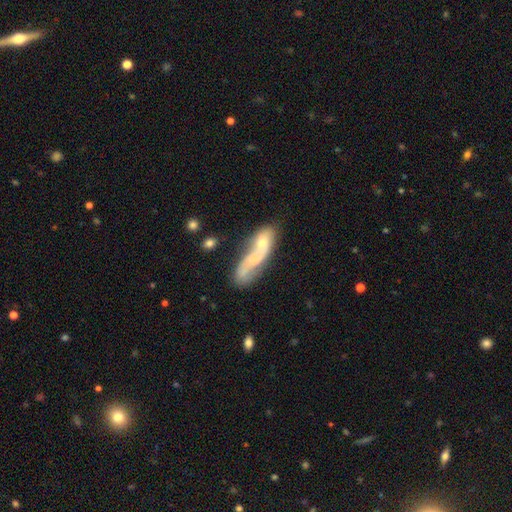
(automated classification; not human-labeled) Smooth or featured: featured or disk — 53% (smooth — 38%)
Edge-on disk: no — 79% (yes — 21%)
Merging: merger — 35% (tied with none — 35%)